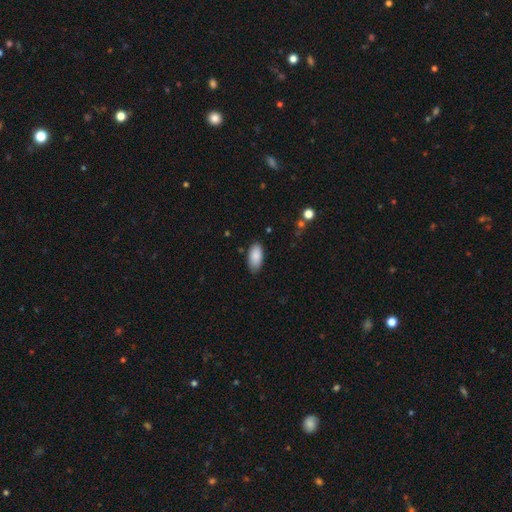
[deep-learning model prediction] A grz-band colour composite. It shows a smooth galaxy with no disk features (88%) that is in between round and cigar-shaped (93%). Merging: none (79%).